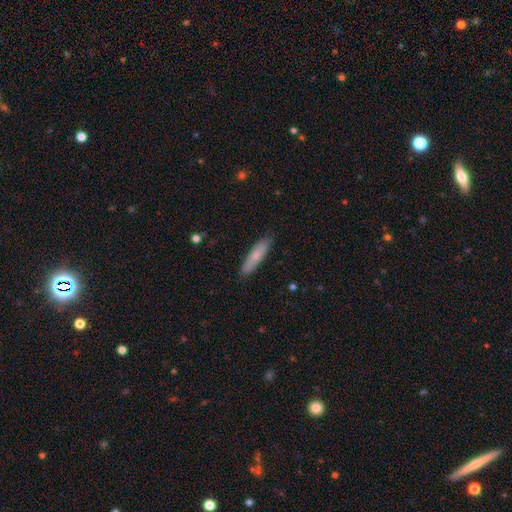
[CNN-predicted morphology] Q: Smooth or featured?
A: smooth (70%); runner-up: featured or disk (25%)
Q: How rounded?
A: cigar-shaped (78%); runner-up: in between (20%)
Q: Merging?
A: none (85%); runner-up: minor disturbance (12%)